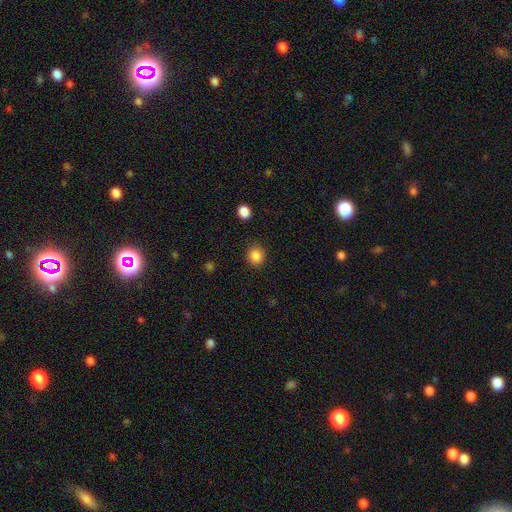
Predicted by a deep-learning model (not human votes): Smooth or featured?
  - smooth: 85% *
  - star or artifact: 11%
  - featured or disk: 4%
How rounded?
  - round: 82% *
  - in between: 17%
  - cigar-shaped: 1%
Merging?
  - none: 87% *
  - minor disturbance: 9%
  - major disturbance: 3%
  - merger: 2%